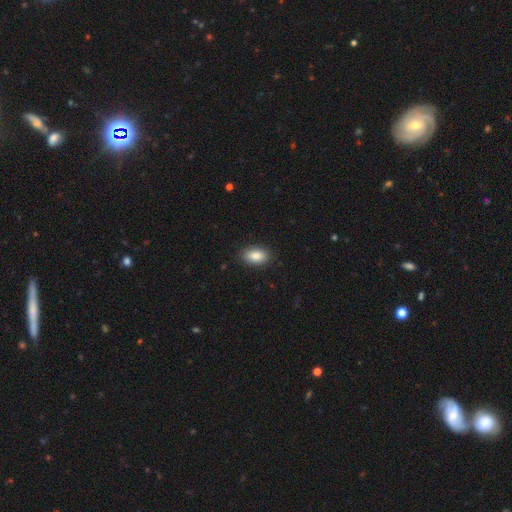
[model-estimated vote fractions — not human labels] This appears to be a smooth galaxy with no disk features (87%) that is in between round and cigar-shaped (91%). Merging: none (88%).